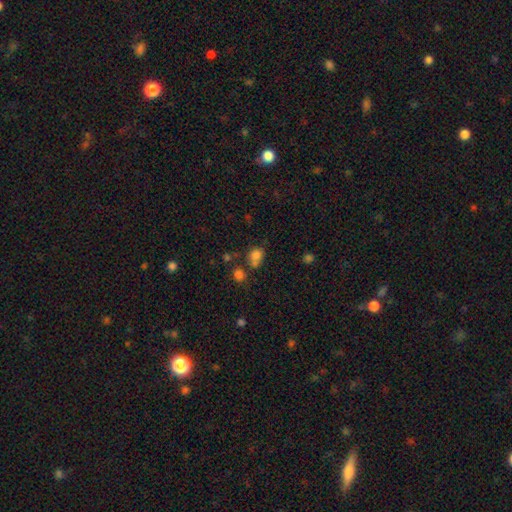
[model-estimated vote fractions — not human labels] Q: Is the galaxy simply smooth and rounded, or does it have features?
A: smooth — 76%.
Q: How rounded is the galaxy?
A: round — 67%.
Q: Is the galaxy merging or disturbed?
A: none — 47%.